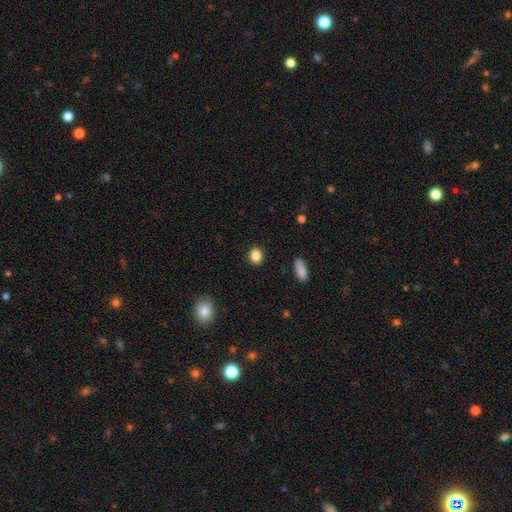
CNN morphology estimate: The model was most divided on "how rounded": round: 68%, in between: 30%, cigar-shaped: 1%. More confident: merging — none (90%); smooth or featured — smooth (87%).